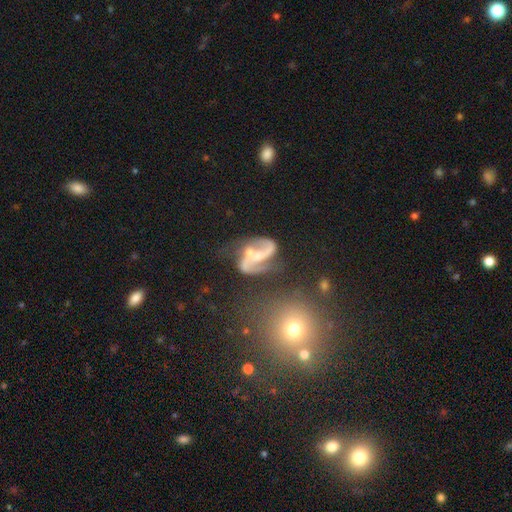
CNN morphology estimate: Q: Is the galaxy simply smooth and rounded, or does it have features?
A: featured or disk — 84%.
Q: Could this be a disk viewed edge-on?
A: no — 98%.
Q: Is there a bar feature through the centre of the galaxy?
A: weak — 38%.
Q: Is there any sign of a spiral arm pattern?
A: yes — 91%.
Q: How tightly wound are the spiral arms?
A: loose — 53%.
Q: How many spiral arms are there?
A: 2 — 87%.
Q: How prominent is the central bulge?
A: small — 50%.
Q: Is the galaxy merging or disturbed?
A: none — 39%.